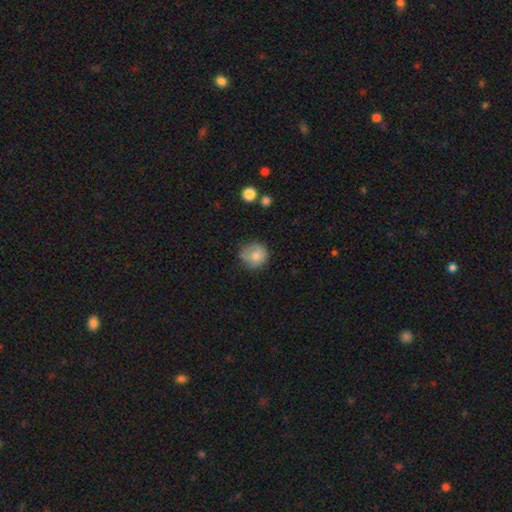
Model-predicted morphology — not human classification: This is likely a smooth galaxy (77%). How rounded: clearly round (86%). Merging: likely none (62%).